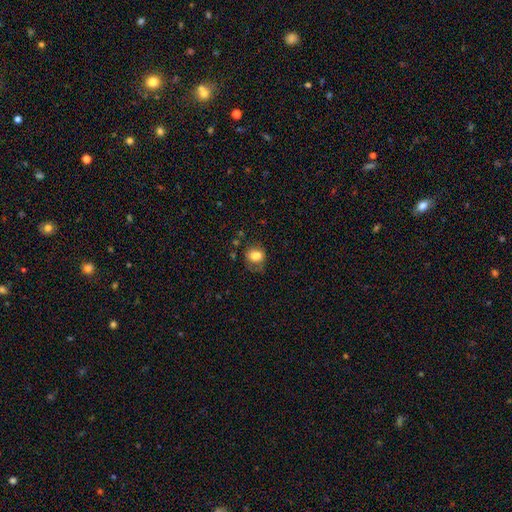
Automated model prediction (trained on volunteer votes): smooth 77%, featured or disk 14%, star or artifact 10%. Down the decision tree: how rounded — in between (50%); merging — none (44%).